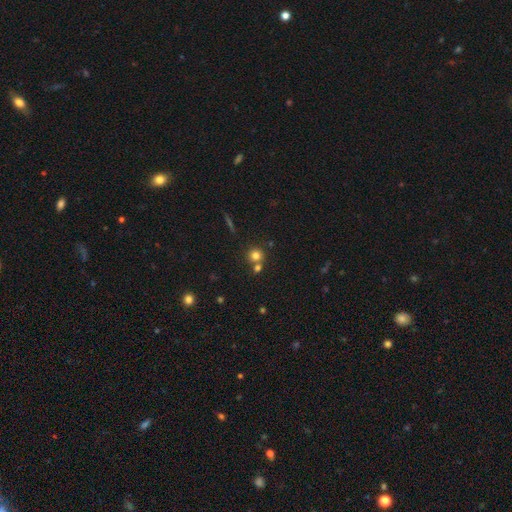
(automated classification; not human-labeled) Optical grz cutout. It shows a smooth galaxy with no disk features (77%) that is round (91%). Merging: none (61%).